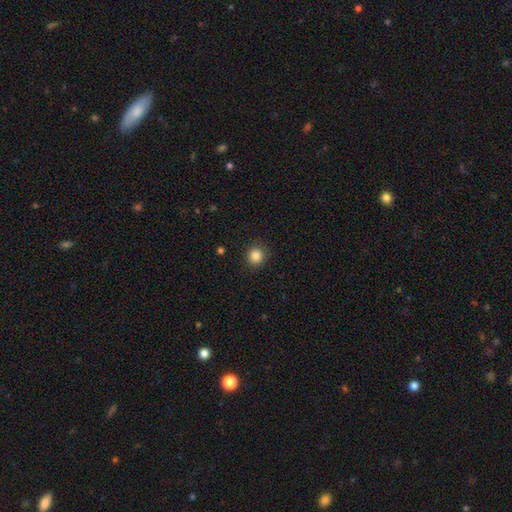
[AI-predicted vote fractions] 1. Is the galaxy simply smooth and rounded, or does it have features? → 85% smooth, 11% star or artifact, 4% featured or disk.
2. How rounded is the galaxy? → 89% round, 10% in between, 1% cigar-shaped.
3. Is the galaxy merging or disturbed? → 89% none, 7% minor disturbance, 2% major disturbance, 1% merger.